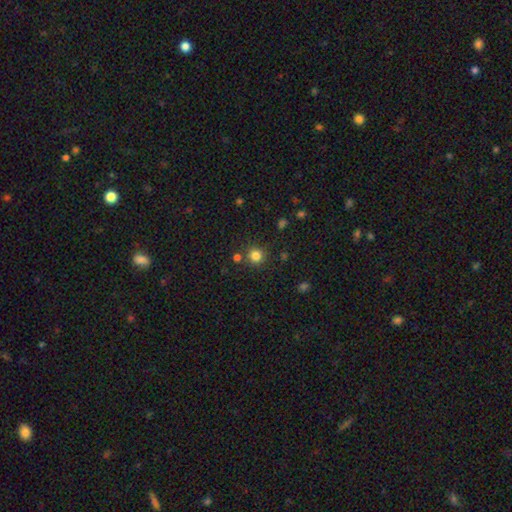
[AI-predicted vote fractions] Q: Smooth or featured?
A: smooth (81%); runner-up: star or artifact (14%)
Q: How rounded?
A: round (92%); runner-up: in between (7%)
Q: Merging?
A: none (82%); runner-up: minor disturbance (8%)